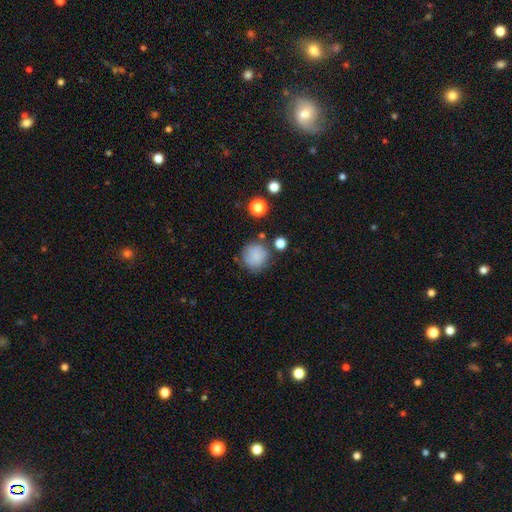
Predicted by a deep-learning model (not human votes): Smooth or featured? Predicted: smooth (p=0.75). How rounded? Predicted: round (p=0.91). Merging? Predicted: none (p=0.72).